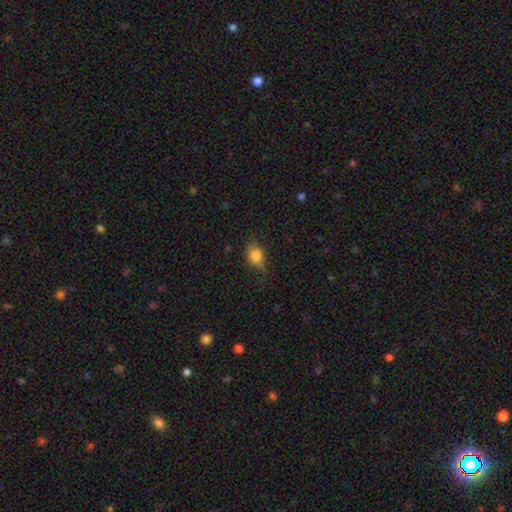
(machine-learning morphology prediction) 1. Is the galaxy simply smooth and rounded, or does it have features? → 79% smooth, 10% featured or disk, 10% star or artifact.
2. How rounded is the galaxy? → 59% in between, 38% round, 3% cigar-shaped.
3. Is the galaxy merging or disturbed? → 65% none, 27% minor disturbance, 7% major disturbance, 1% merger.